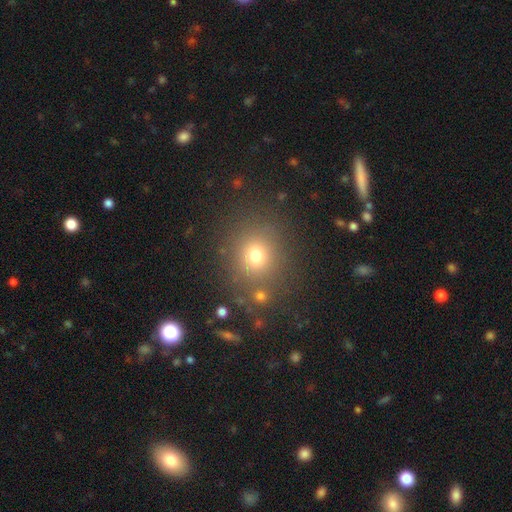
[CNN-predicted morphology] A smooth galaxy with no disk features (72%) that is round (82%). Merging: none (81%).